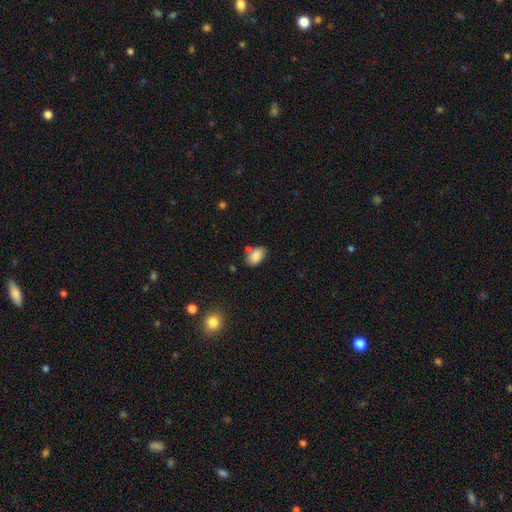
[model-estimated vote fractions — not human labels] Overall: smooth (85%). How rounded: in between (89%). Merging: none (65%).